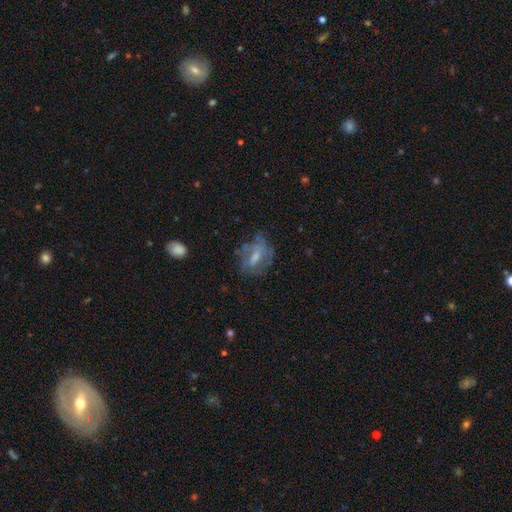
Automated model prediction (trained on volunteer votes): The model was most divided on "bar": weak: 44%, no: 42%, strong: 15%. Remaining: edge-on disk — no (94%); spiral arms — no (59%); smooth or featured — featured or disk (53%); merging — none (51%); bulge size — moderate (44%).